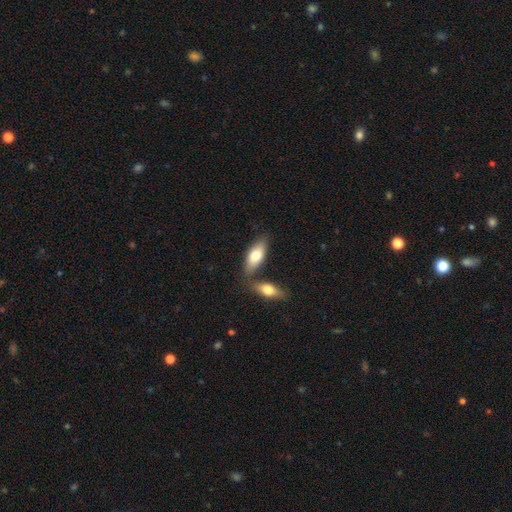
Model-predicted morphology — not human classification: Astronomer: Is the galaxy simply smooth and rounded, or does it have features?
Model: smooth — 74%.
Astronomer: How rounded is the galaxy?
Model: in between — 81%.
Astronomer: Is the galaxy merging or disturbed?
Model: none — 60%.